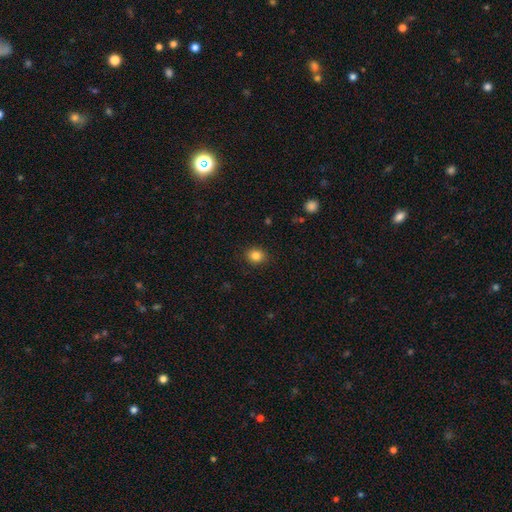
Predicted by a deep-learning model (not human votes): Smooth or featured?
  - smooth: 85% *
  - star or artifact: 11%
  - featured or disk: 5%
How rounded?
  - round: 72% *
  - in between: 28%
  - cigar-shaped: 1%
Merging?
  - none: 89% *
  - minor disturbance: 8%
  - major disturbance: 2%
  - merger: 1%